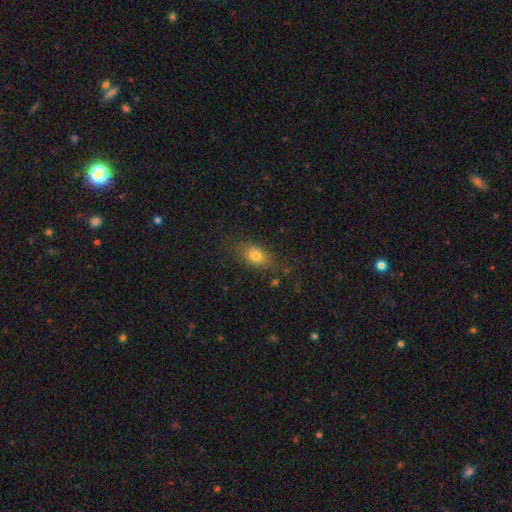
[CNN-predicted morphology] Smooth or featured? smooth (77%)
How rounded? in between (78%)
Merging? none (76%)